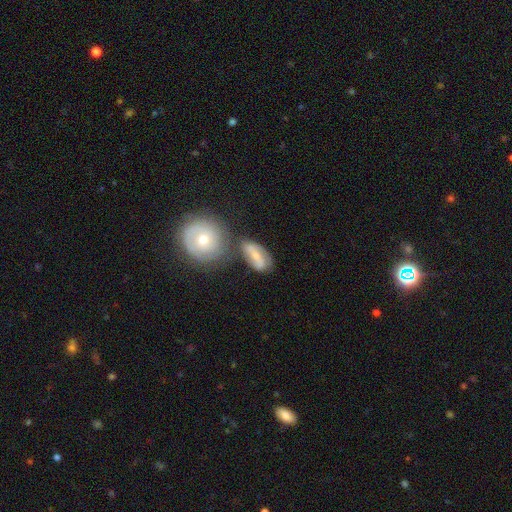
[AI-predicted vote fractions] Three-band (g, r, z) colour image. It shows a featured or disk galaxy (51%). Merging: none (51%).